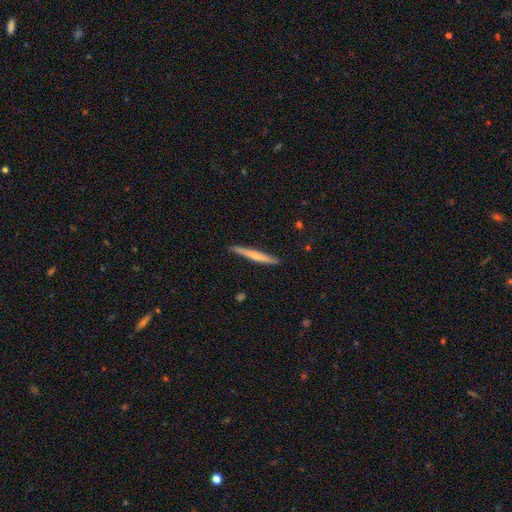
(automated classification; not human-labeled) This appears to be a smooth galaxy with no disk features (55%) that is cigar-shaped (96%). Merging: none (88%).